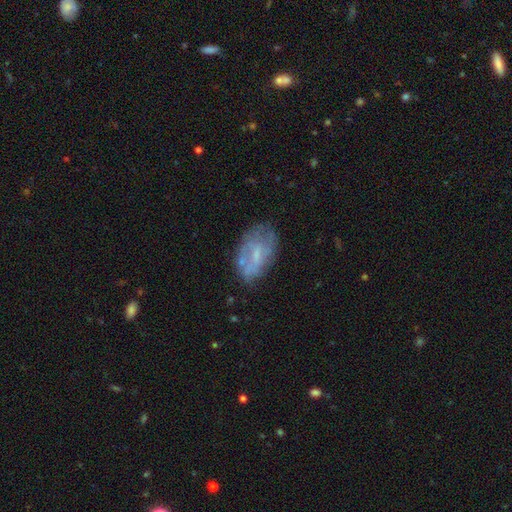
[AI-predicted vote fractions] A featured or disk galaxy (50%).

Vote fractions:
- Smooth or featured? featured or disk: 50% / smooth: 42% / star or artifact: 9%
- Merging? none: 58% / minor disturbance: 26% / major disturbance: 12% / merger: 4%